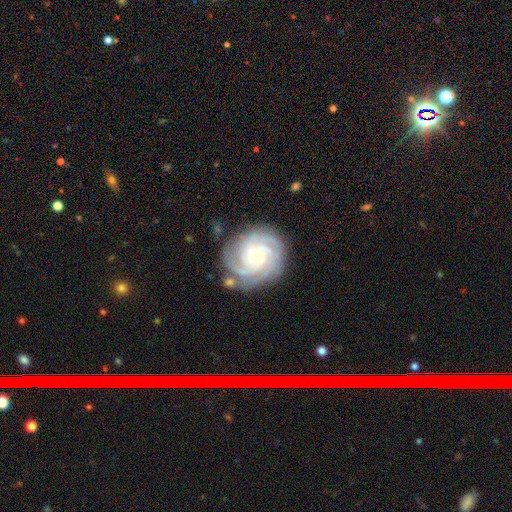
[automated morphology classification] Overall: featured or disk (85%). Edge-on disk: no (98%). Bar: no (74%). Spiral arms: yes (98%). Spiral arm count: 4 (31%; 3 28%). Spiral winding: tight (75%). Bulge size: small (65%; moderate 29%). Merging: none (78%).